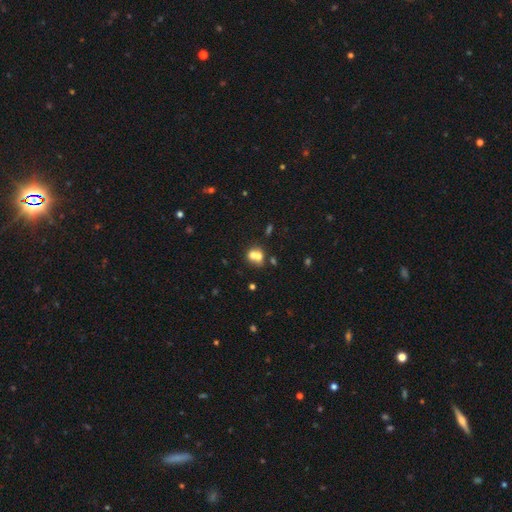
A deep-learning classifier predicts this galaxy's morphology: This is likely a smooth galaxy (65%). How rounded: likely round (71%). Merging: likely merger (60%).